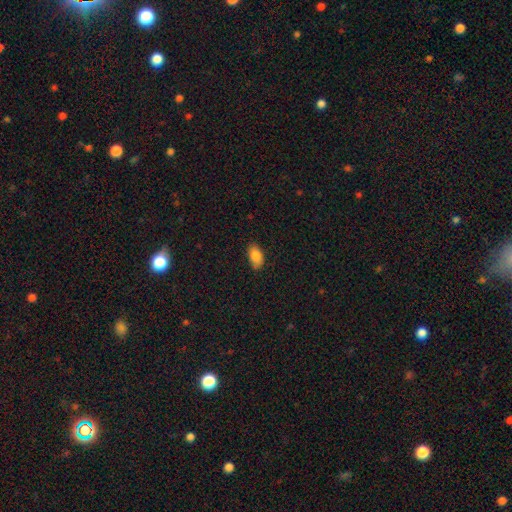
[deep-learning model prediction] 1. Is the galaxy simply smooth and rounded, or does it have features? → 87% smooth, 7% star or artifact, 6% featured or disk.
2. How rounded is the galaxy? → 93% in between, 5% round, 2% cigar-shaped.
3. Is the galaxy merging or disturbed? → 84% none, 13% minor disturbance, 2% major disturbance, 1% merger.